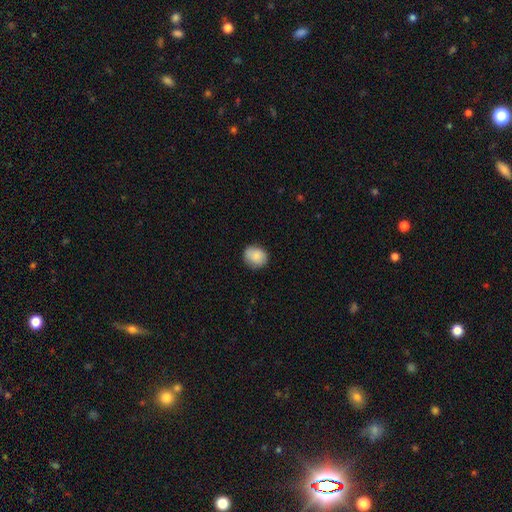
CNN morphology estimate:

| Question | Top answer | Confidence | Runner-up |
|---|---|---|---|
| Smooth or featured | smooth | 84% | featured or disk (8%) |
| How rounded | round | 67% | in between (32%) |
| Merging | none | 81% | minor disturbance (15%) |